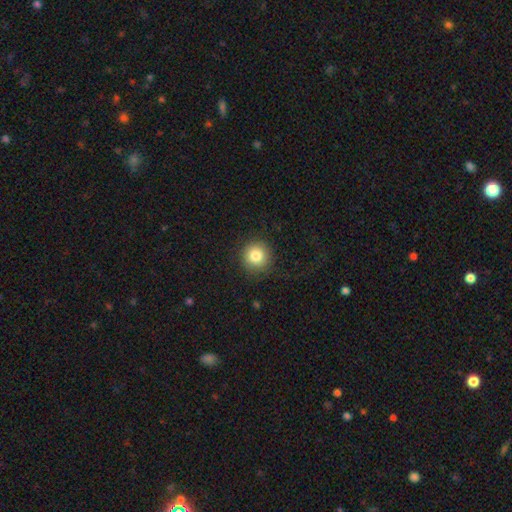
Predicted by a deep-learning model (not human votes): Smooth or featured? Predicted: smooth (p=0.84). How rounded? Predicted: round (p=0.94). Merging? Predicted: none (p=0.89).